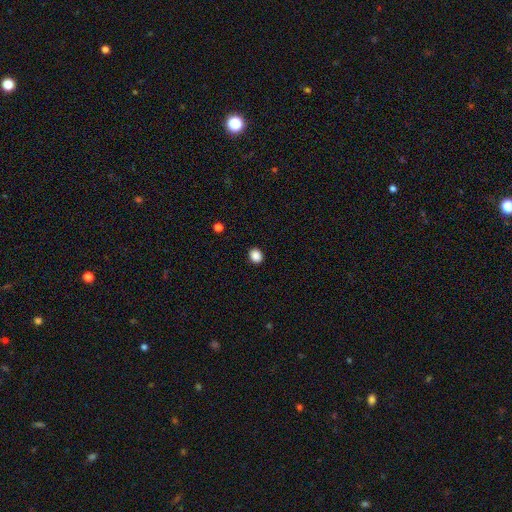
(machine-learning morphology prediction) Smooth or featured? smooth (89%)
How rounded? round (60%)
Merging? none (91%)